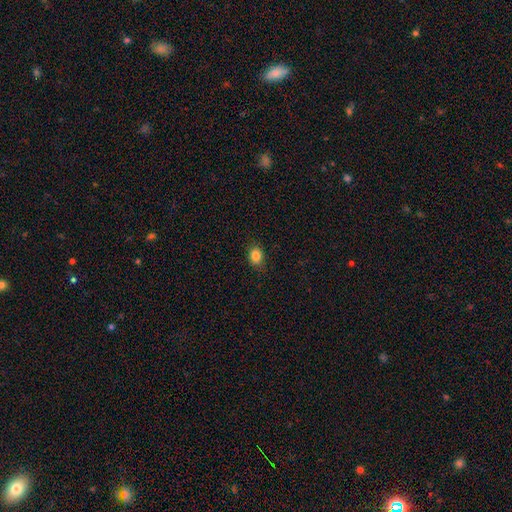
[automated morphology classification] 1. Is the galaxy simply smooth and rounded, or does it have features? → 84% smooth, 11% star or artifact, 5% featured or disk.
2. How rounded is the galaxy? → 56% in between, 43% round, 1% cigar-shaped.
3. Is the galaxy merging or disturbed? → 85% none, 12% minor disturbance, 3% major disturbance, 1% merger.